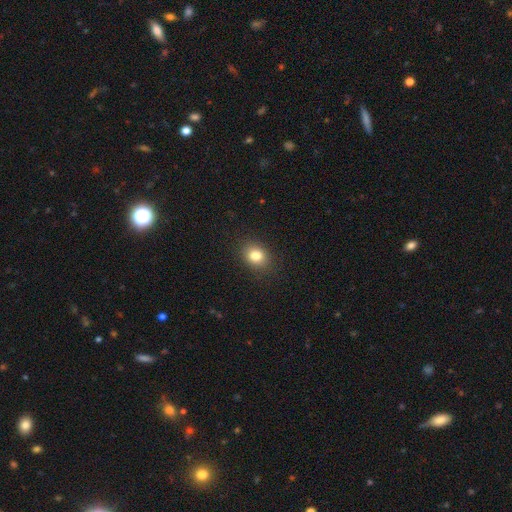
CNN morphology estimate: type=smooth (81%); roundness=round (54%); merging=none (89%).